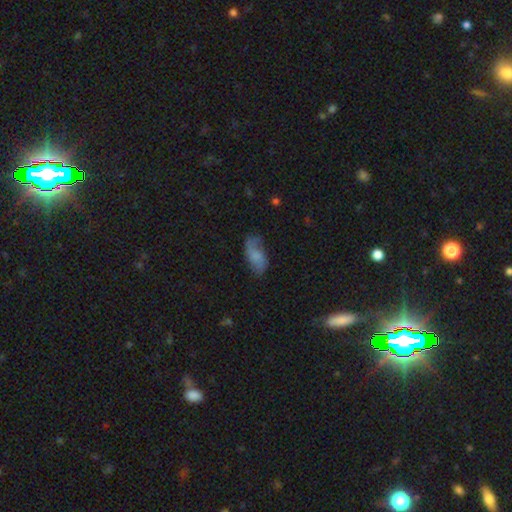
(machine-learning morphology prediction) Smooth or featured?
  - smooth: 54% *
  - featured or disk: 37%
  - star or artifact: 9%
How rounded?
  - in between: 90% *
  - cigar-shaped: 7%
  - round: 3%
Merging?
  - none: 58% *
  - minor disturbance: 27%
  - major disturbance: 13%
  - merger: 2%